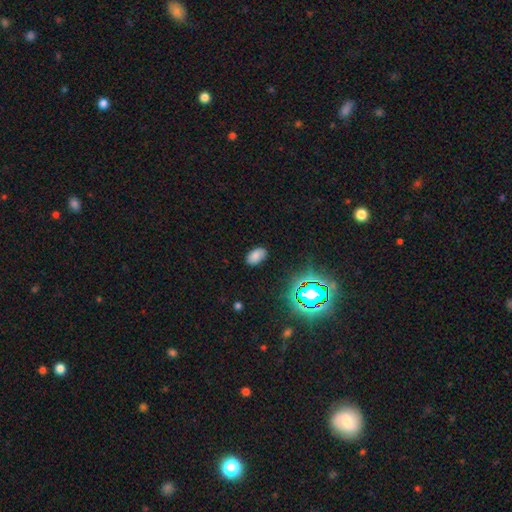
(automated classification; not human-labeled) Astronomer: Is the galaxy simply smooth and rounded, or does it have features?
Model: smooth — 73%.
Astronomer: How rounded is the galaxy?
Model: in between — 93%.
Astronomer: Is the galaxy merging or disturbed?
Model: none — 83%.